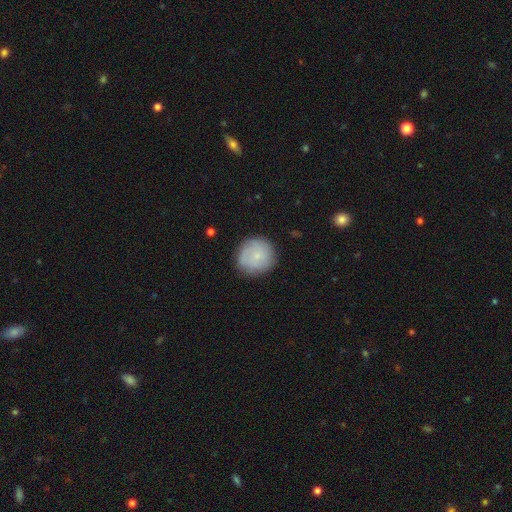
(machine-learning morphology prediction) smooth-or-featured: smooth: 64% | featured or disk: 29% | star or artifact: 7%
  how-rounded: round: 92% | in between: 7% | cigar-shaped: 1%
  merging: none: 82% | minor disturbance: 13% | major disturbance: 3% | merger: 1%